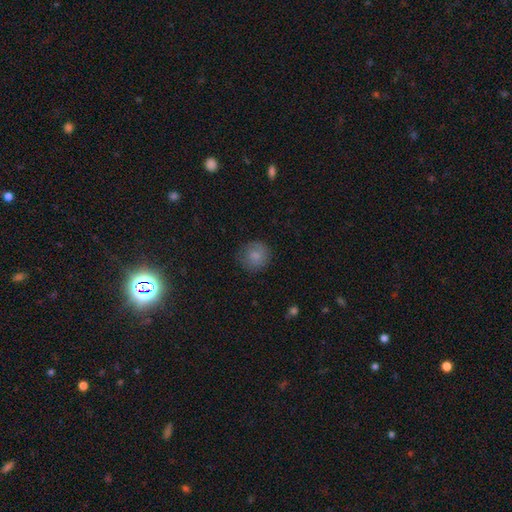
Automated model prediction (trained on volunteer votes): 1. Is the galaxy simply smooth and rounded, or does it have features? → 81% smooth, 10% featured or disk, 9% star or artifact.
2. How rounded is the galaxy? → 90% round, 9% in between, 1% cigar-shaped.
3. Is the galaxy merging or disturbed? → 80% none, 15% minor disturbance, 4% major disturbance, 1% merger.